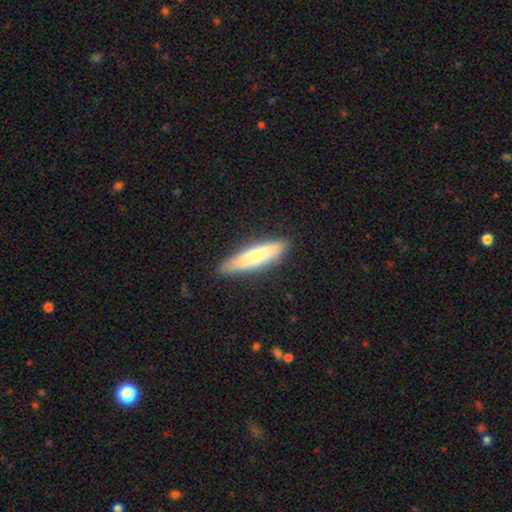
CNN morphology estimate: smooth 66%, featured or disk 28%, star or artifact 6%. Down the decision tree: how rounded — cigar-shaped (79%); merging — none (87%).